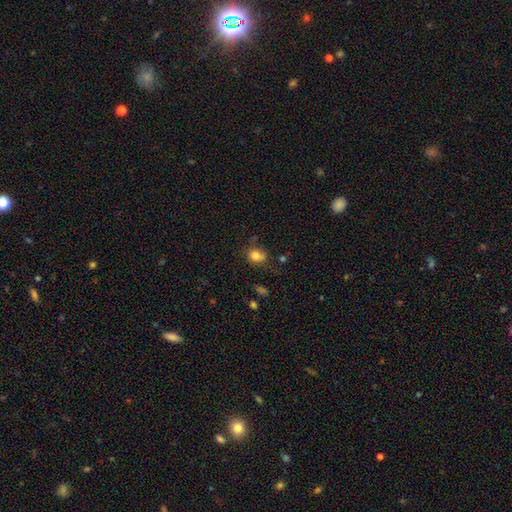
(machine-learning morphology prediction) This is likely a smooth galaxy (80%). How rounded: likely round (66%). Merging: possibly none (53%).